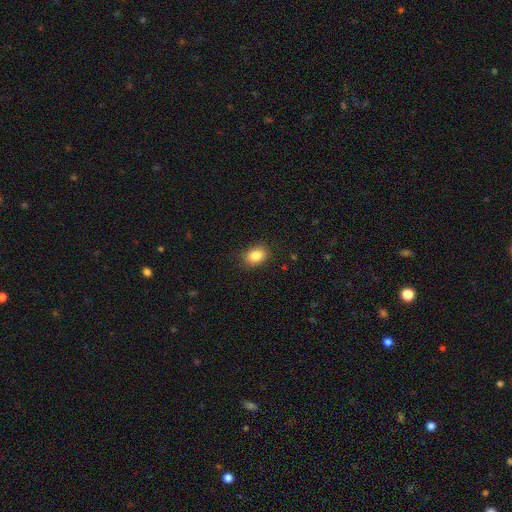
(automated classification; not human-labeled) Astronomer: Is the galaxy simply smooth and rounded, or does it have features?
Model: smooth — 85%.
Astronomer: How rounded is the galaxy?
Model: in between — 72%.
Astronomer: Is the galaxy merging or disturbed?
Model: none — 87%.